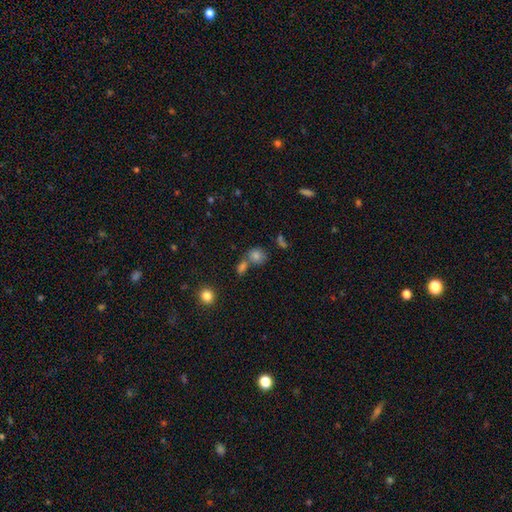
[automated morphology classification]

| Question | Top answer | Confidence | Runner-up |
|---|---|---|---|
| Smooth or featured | smooth | 74% | star or artifact (16%) |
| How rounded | round | 71% | in between (28%) |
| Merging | none | 53% | merger (32%) |